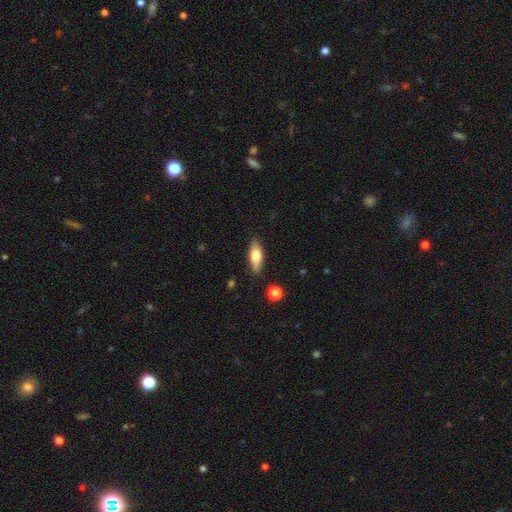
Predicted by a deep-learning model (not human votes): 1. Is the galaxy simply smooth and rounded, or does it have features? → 73% smooth, 20% featured or disk, 7% star or artifact.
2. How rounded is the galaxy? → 67% in between, 30% cigar-shaped, 3% round.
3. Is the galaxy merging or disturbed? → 83% none, 13% minor disturbance, 3% major disturbance, 2% merger.